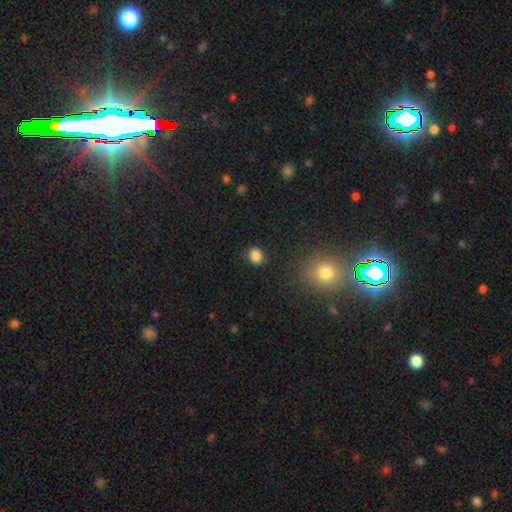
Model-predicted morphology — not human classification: Smooth or featured? Predicted: smooth (p=0.85). How rounded? Predicted: round (p=0.61). Merging? Predicted: none (p=0.86).